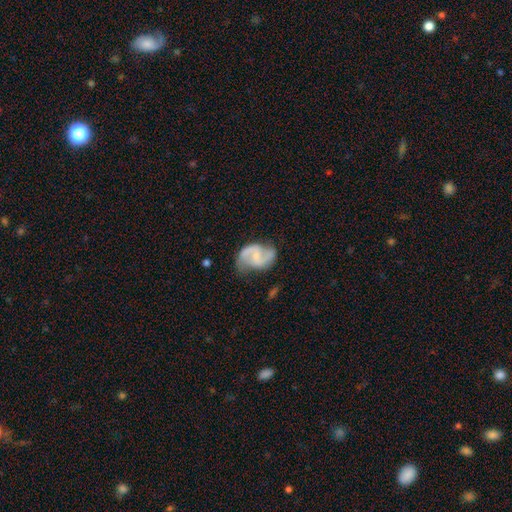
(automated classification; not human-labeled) The model was most divided on "spiral winding": medium: 48%, loose: 39%, tight: 13%. Remaining: edge-on disk — no (98%); spiral arms — yes (95%); spiral arm count — 2 (92%); smooth or featured — featured or disk (85%); merging — none (69%); bar — weak (51%); bulge size — small (47%).